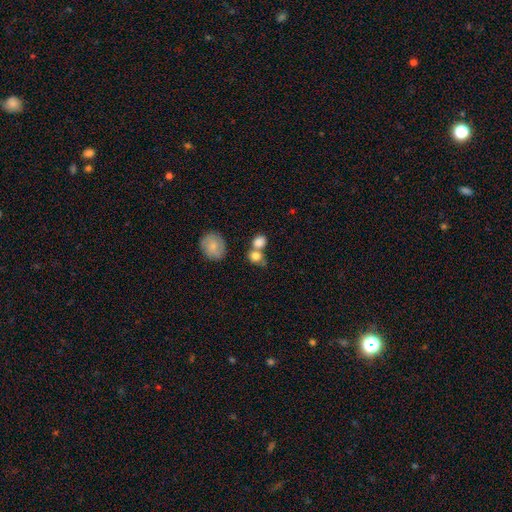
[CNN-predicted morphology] This appears to be a smooth galaxy with no disk features (78%) that is round (62%). Merging: merger (47%).